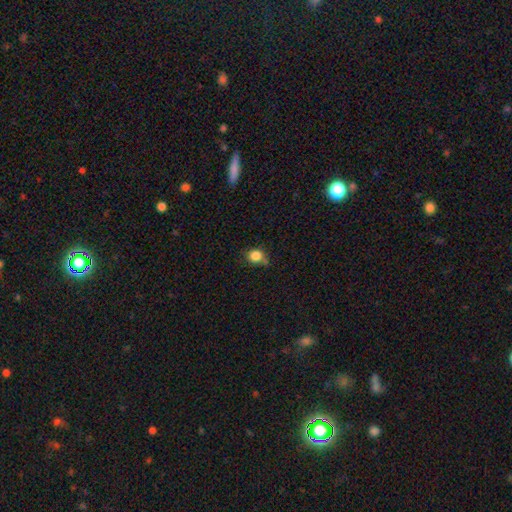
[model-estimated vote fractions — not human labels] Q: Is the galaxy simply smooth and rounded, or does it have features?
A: smooth — 84%.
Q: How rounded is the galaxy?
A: round — 81%.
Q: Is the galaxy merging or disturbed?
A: none — 67%.